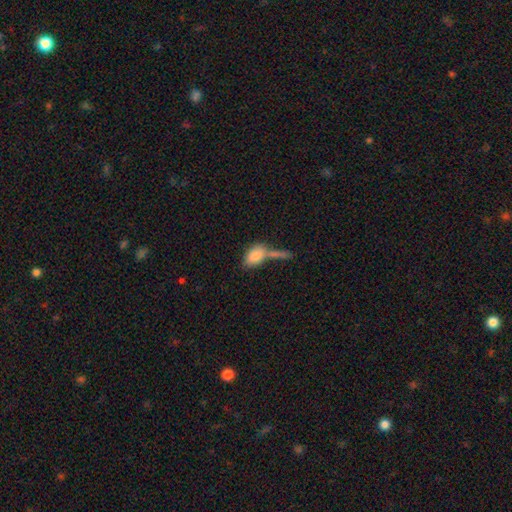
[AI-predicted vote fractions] Smooth or featured?
  - smooth: 79% *
  - featured or disk: 13%
  - star or artifact: 8%
How rounded?
  - in between: 86% *
  - round: 9%
  - cigar-shaped: 5%
Merging?
  - merger: 39% *
  - none: 34%
  - minor disturbance: 14%
  - major disturbance: 13%